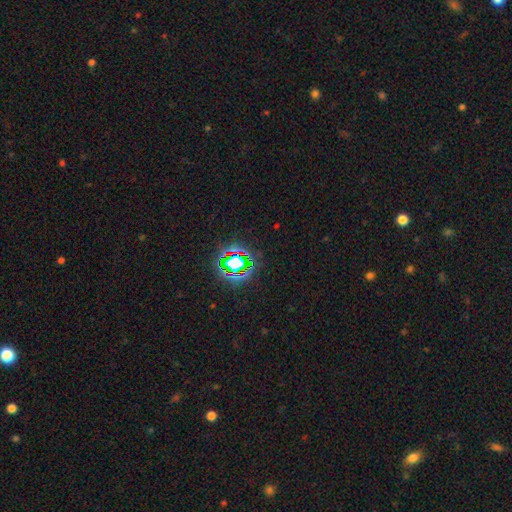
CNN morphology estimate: This is likely a star or artifact rather than a galaxy (79%).